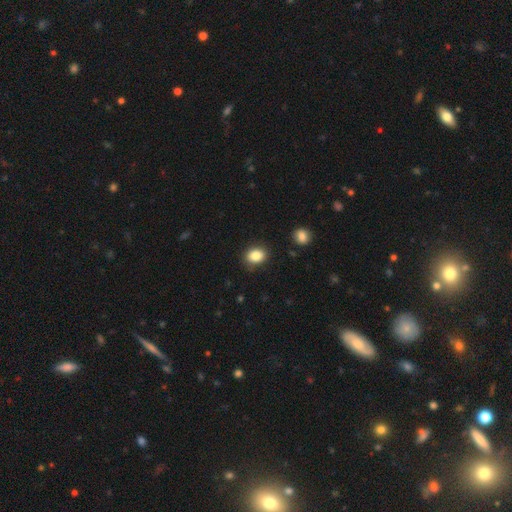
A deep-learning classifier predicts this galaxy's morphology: smooth-or-featured: smooth: 86% | star or artifact: 9% | featured or disk: 5%
  how-rounded: in between: 61% | round: 39% | cigar-shaped: 1%
  merging: none: 85% | minor disturbance: 10% | major disturbance: 3% | merger: 2%